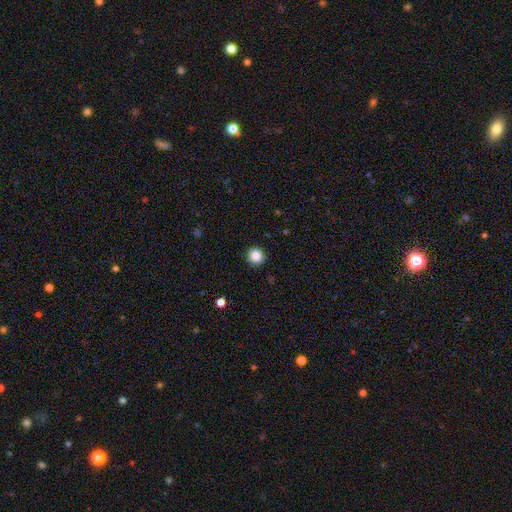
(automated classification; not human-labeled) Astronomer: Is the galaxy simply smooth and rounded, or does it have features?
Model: smooth — 85%.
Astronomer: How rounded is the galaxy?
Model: round — 94%.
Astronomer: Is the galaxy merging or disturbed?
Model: none — 92%.